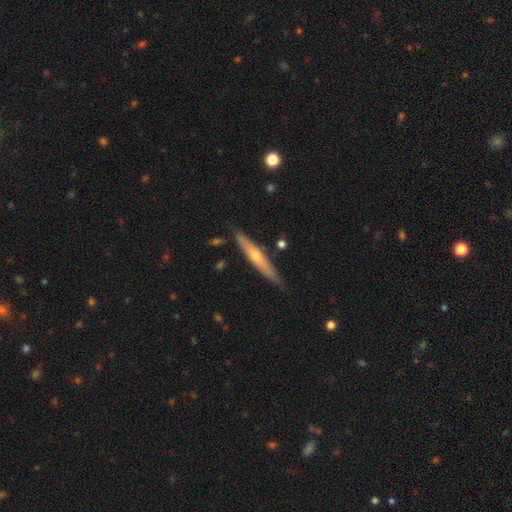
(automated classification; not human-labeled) Smooth or featured? featured or disk (54%)
Edge-on disk? yes (92%)
Merging? none (84%)